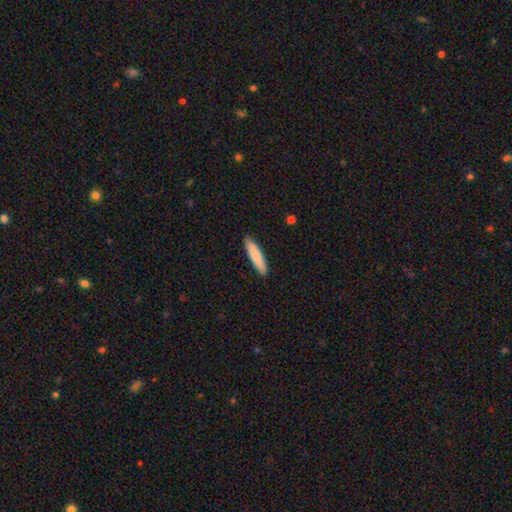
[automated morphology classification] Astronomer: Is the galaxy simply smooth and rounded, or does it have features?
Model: smooth — 83%.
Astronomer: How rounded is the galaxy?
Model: cigar-shaped — 84%.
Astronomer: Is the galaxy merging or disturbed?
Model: none — 91%.